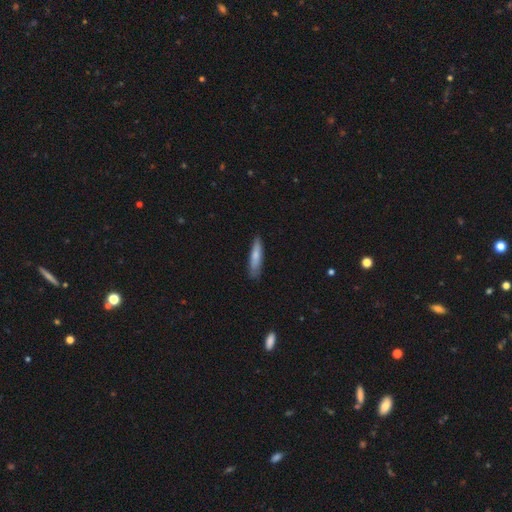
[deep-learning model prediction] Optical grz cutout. It shows a smooth galaxy with no disk features (75%) that is cigar-shaped (78%). Merging: none (82%).